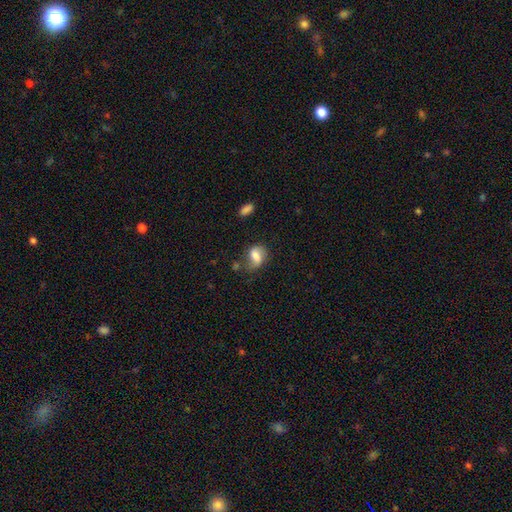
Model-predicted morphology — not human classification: Smooth or featured: smooth — 65% (featured or disk — 26%)
How rounded: in between — 73% (round — 25%)
Merging: none — 47% (minor disturbance — 30%)